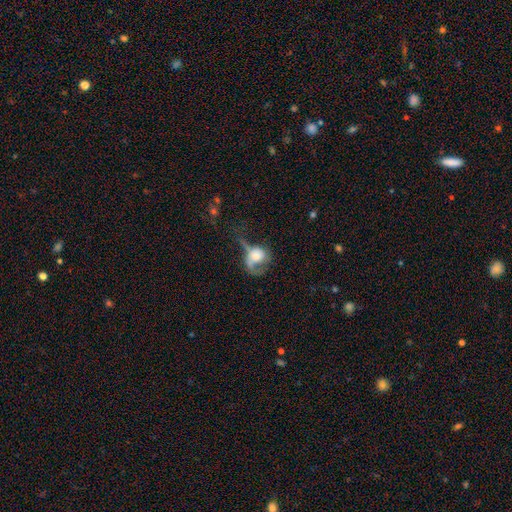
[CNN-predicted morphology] smooth-or-featured: smooth: 56% | featured or disk: 35% | star or artifact: 9%
  how-rounded: round: 55% | in between: 43% | cigar-shaped: 2%
  merging: major disturbance: 53% | none: 18% | minor disturbance: 18% | merger: 11%